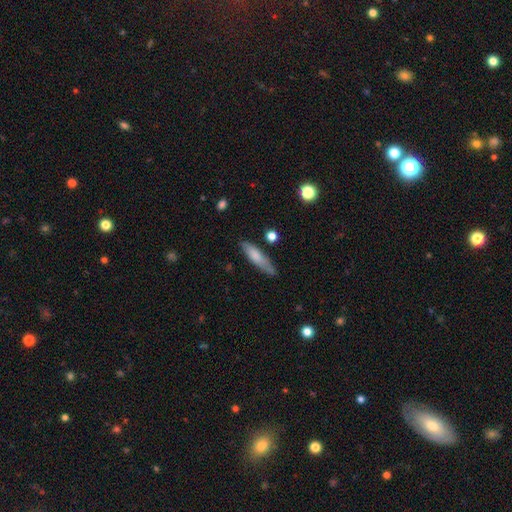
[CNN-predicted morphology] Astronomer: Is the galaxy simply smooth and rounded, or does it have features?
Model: smooth — 74%.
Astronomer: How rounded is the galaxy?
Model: cigar-shaped — 76%.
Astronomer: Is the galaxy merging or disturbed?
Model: none — 72%.